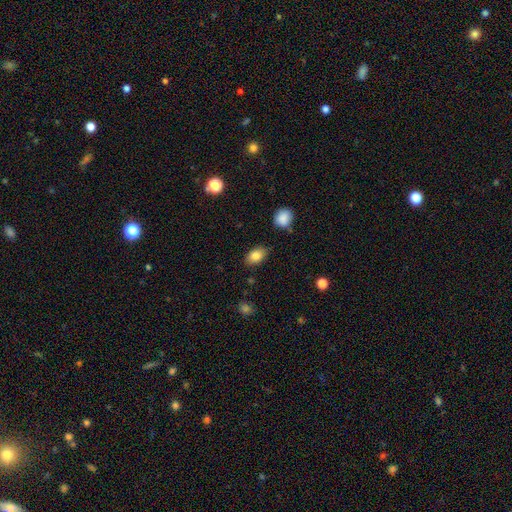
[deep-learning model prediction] A smooth galaxy with no disk features (83%) that is in between round and cigar-shaped (86%).

Vote fractions:
- Smooth or featured? smooth: 83% / featured or disk: 9% / star or artifact: 9%
- How rounded? in between: 86% / round: 13% / cigar-shaped: 1%
- Merging? none: 82% / minor disturbance: 13% / major disturbance: 3% / merger: 2%